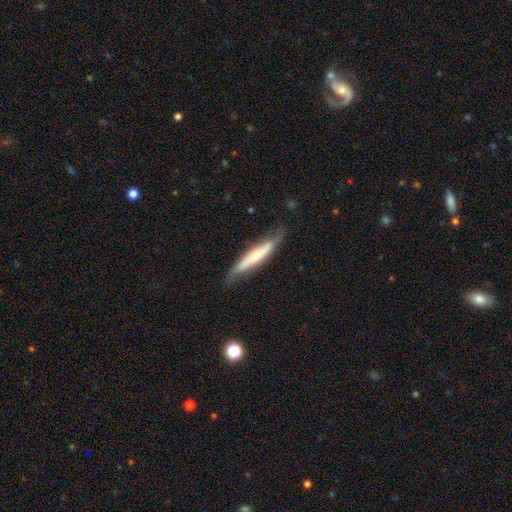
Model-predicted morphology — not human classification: Smooth or featured: featured or disk — 52% (smooth — 42%)
Edge-on disk: yes — 65% (no — 35%)
Merging: none — 69% (minor disturbance — 23%)